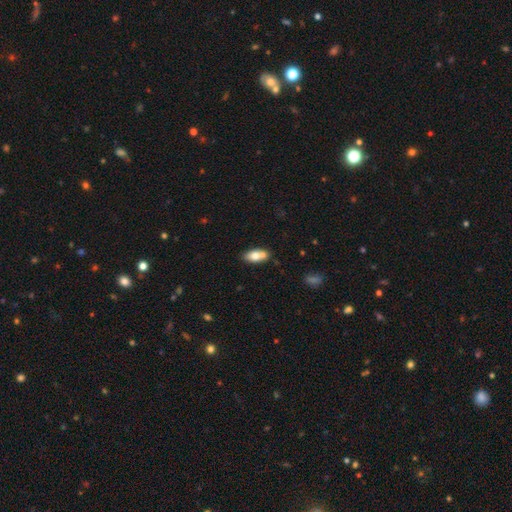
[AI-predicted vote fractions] Morphology: type=smooth (73%); roundness=in between (86%); merging=none (62%).